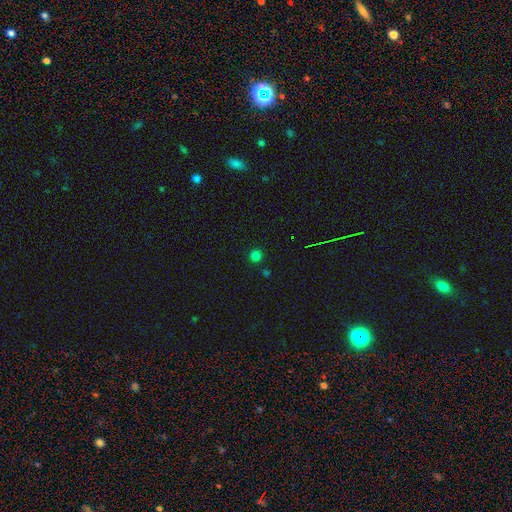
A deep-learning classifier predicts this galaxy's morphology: smooth-or-featured: smooth: 76% | star or artifact: 19% | featured or disk: 4%
  how-rounded: round: 94% | in between: 5% | cigar-shaped: 1%
  merging: none: 88% | minor disturbance: 6% | merger: 4% | major disturbance: 2%